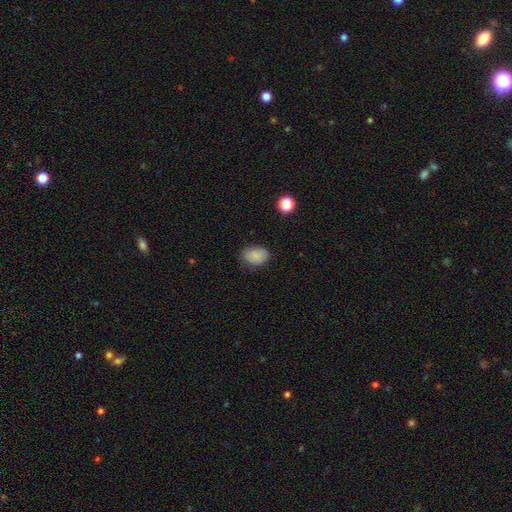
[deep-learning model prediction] smooth_or_featured: smooth (p=0.85) [alt: star or artifact p=0.09]
how_rounded: in between (p=0.75) [alt: round p=0.24]
merging: none (p=0.75) [alt: minor disturbance p=0.20]